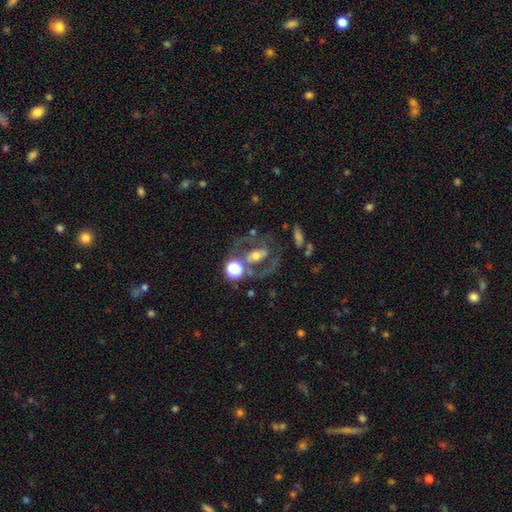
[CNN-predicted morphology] Smooth or featured: featured or disk — 66% (smooth — 23%)
Edge-on disk: no — 93% (yes — 7%)
Bar: no — 39% (strong — 32%)
Spiral arms: yes — 56% (no — 44%)
Bulge size: moderate — 55% (small — 27%)
Merging: none — 55% (major disturbance — 17%)